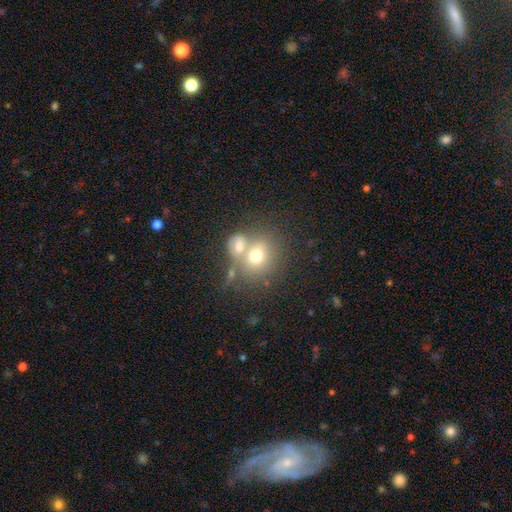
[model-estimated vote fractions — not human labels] Smooth or featured?
  - smooth: 68% *
  - featured or disk: 20%
  - star or artifact: 12%
How rounded?
  - round: 70% *
  - in between: 29%
  - cigar-shaped: 1%
Merging?
  - merger: 44% *
  - none: 40%
  - minor disturbance: 10%
  - major disturbance: 6%